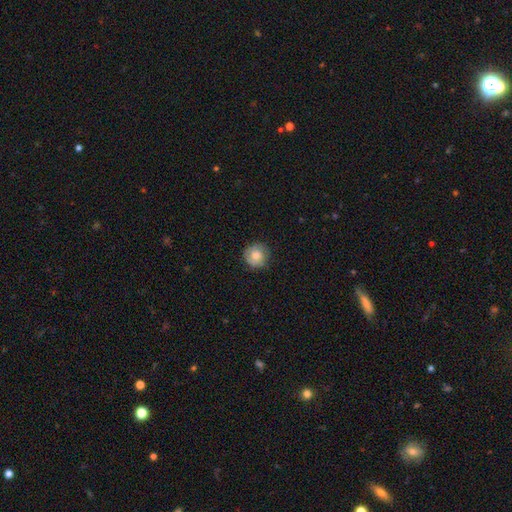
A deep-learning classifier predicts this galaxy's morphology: Smooth or featured? smooth (69%)
How rounded? round (93%)
Merging? none (80%)